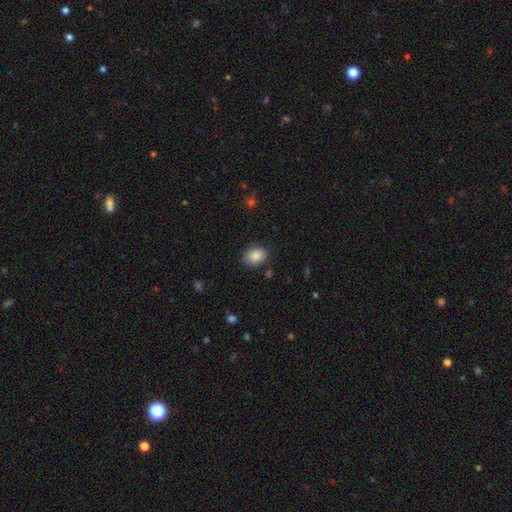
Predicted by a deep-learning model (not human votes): smooth-or-featured: smooth: 87% | star or artifact: 8% | featured or disk: 5%
  how-rounded: round: 54% | in between: 45% | cigar-shaped: 1%
  merging: none: 85% | minor disturbance: 11% | major disturbance: 3% | merger: 2%